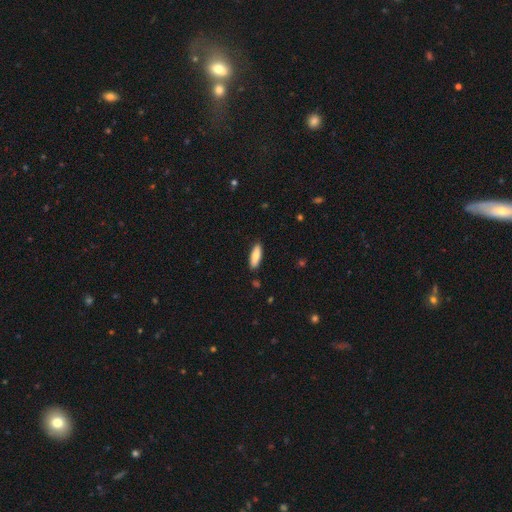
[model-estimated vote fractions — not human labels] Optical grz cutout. It shows a smooth galaxy with no disk features (79%) that is in between round and cigar-shaped (55%). Merging: none (88%).